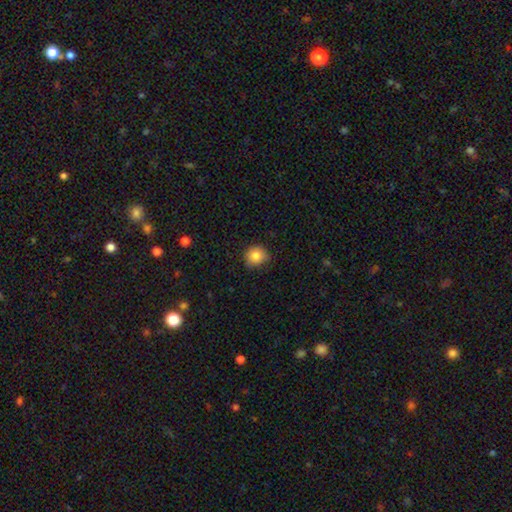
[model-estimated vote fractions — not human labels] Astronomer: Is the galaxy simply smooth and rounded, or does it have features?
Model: smooth — 83%.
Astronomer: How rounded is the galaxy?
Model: round — 89%.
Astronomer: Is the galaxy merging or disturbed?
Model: none — 76%.